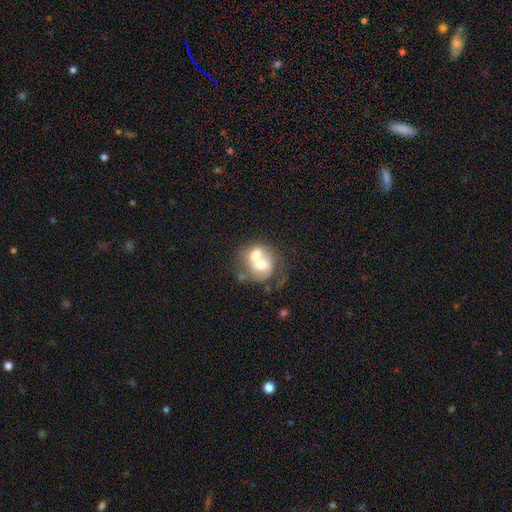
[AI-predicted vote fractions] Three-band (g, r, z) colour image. It shows a smooth galaxy with no disk features (54%) that is round (64%). Merging: merger (71%).